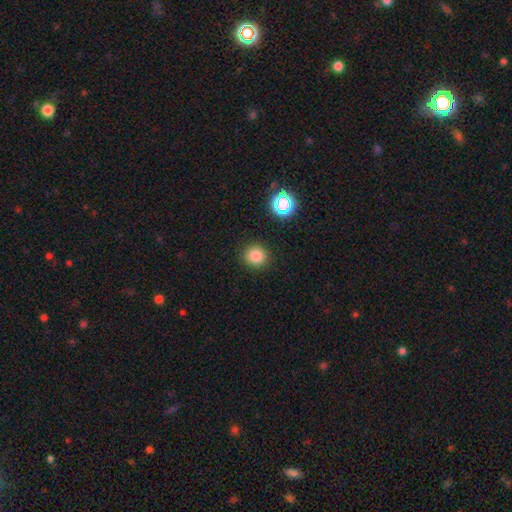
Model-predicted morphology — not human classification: Smooth or featured? smooth (81%)
How rounded? round (88%)
Merging? none (90%)